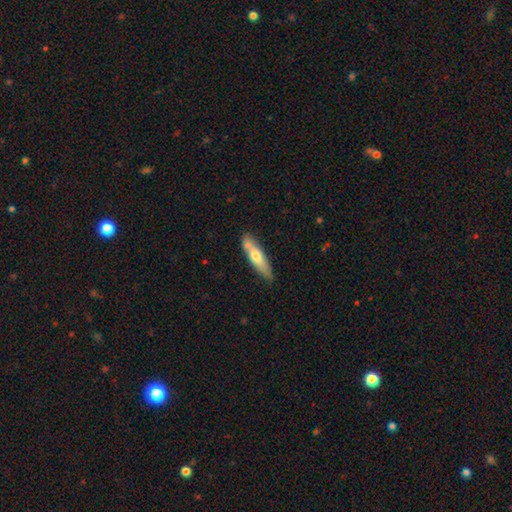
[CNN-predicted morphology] Smooth or featured?
  - smooth: 58% *
  - featured or disk: 36%
  - star or artifact: 6%
How rounded?
  - cigar-shaped: 73% *
  - in between: 26%
  - round: 2%
Merging?
  - none: 68% *
  - minor disturbance: 18%
  - merger: 10%
  - major disturbance: 4%